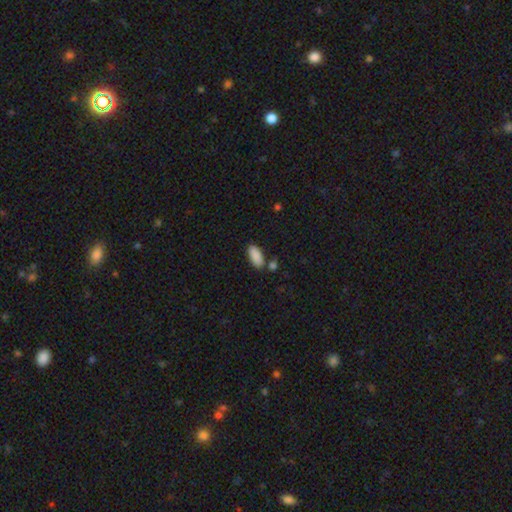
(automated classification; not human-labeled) Smooth or featured: smooth — 90% (star or artifact — 7%)
How rounded: in between — 88% (cigar-shaped — 10%)
Merging: none — 74% (minor disturbance — 12%)